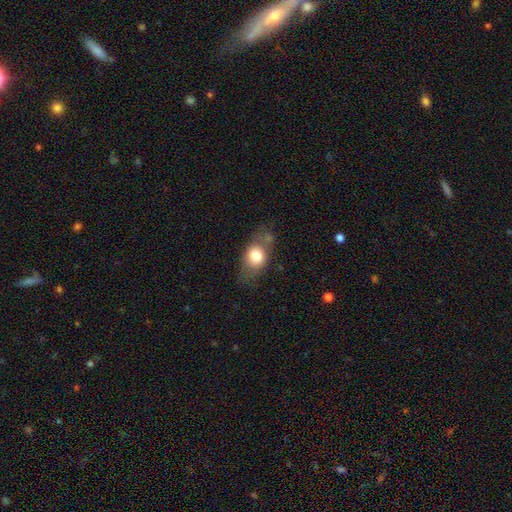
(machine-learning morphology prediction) This is likely a smooth galaxy (72%). How rounded: likely in between (63%). Merging: possibly none (57%).